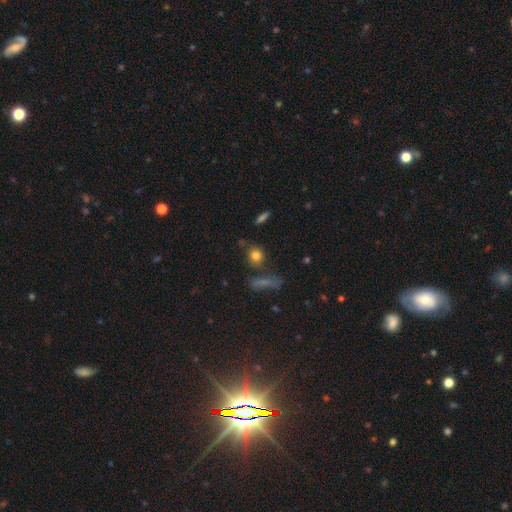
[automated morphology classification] A smooth galaxy with no disk features (80%) that is round (76%).

Vote fractions:
- Smooth or featured? smooth: 80% / star or artifact: 11% / featured or disk: 9%
- How rounded? round: 76% / in between: 21% / cigar-shaped: 4%
- Merging? none: 75% / minor disturbance: 12% / merger: 9% / major disturbance: 4%